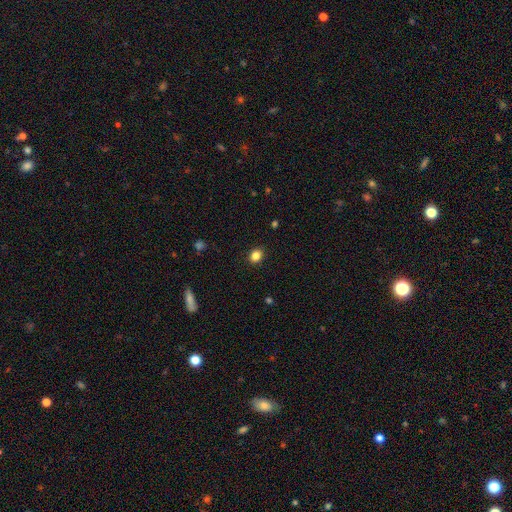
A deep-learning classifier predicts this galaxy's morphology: Q: Smooth or featured?
A: smooth (84%); runner-up: star or artifact (11%)
Q: How rounded?
A: round (61%); runner-up: in between (38%)
Q: Merging?
A: none (90%); runner-up: minor disturbance (7%)